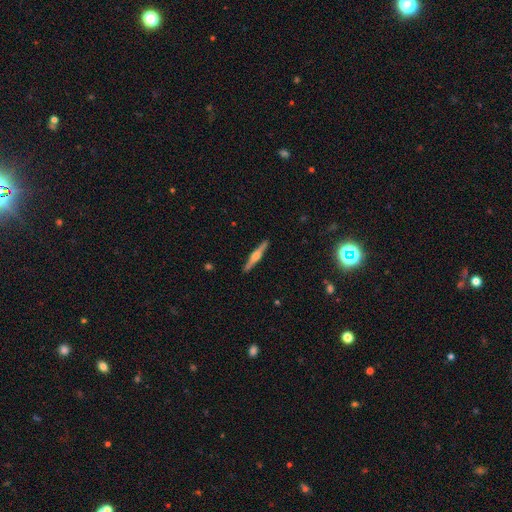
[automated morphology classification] A featured or disk galaxy (73%) viewed edge-on (98%) with a rounded central bulge (86%).

Vote fractions:
- Smooth or featured? featured or disk: 73% / smooth: 22% / star or artifact: 5%
- Edge-on disk? yes: 98% / no: 2%
- Edge-on bulge? rounded: 86% / boxy: 10% / none: 4%
- Merging? none: 92% / minor disturbance: 6% / major disturbance: 1% / merger: 1%